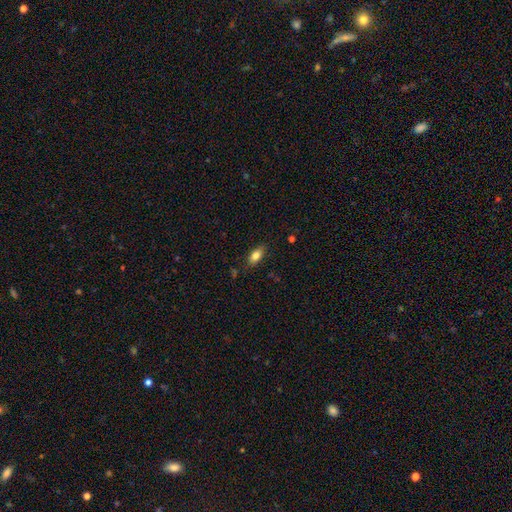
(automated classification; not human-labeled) Smooth or featured? Predicted: smooth (p=0.81). How rounded? Predicted: in between (p=0.86). Merging? Predicted: none (p=0.83).